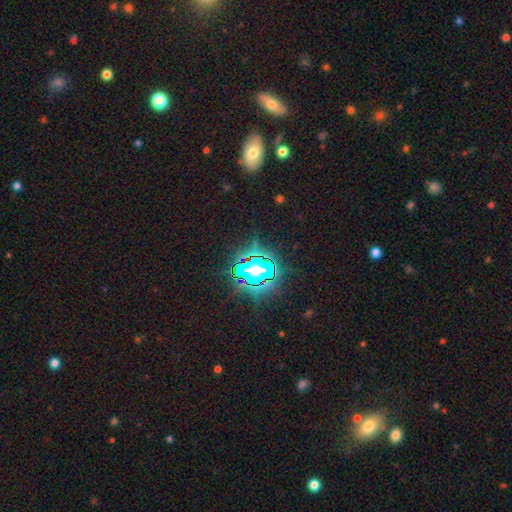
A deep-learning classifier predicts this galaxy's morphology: This appears to be a star or artifact, not a galaxy (75%).